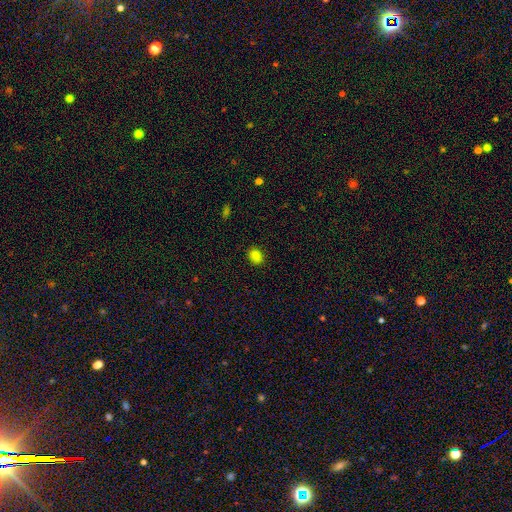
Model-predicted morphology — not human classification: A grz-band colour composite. It shows a smooth galaxy with no disk features (84%) that is in between round and cigar-shaped (60%). Merging: none (87%).